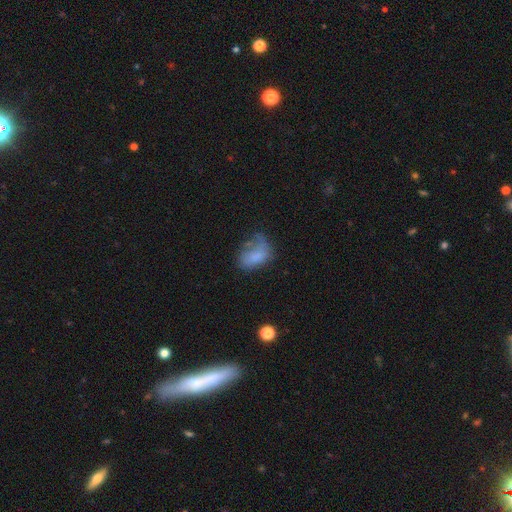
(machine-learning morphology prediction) Smooth or featured: smooth — 65% (featured or disk — 25%)
How rounded: in between — 86% (round — 12%)
Merging: major disturbance — 34% (none — 31%)